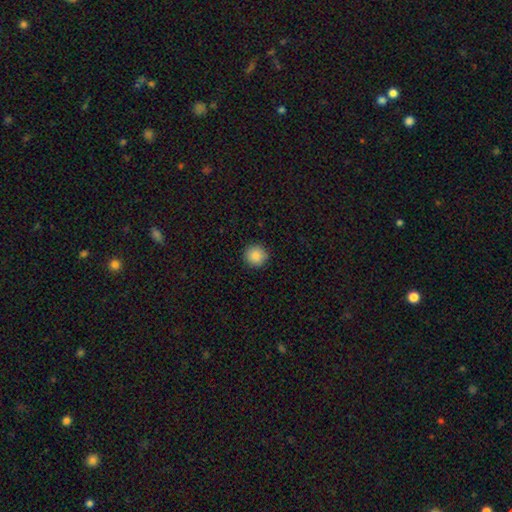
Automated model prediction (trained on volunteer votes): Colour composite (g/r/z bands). It shows a smooth galaxy with no disk features (88%) that is round (95%). Merging: none (92%).